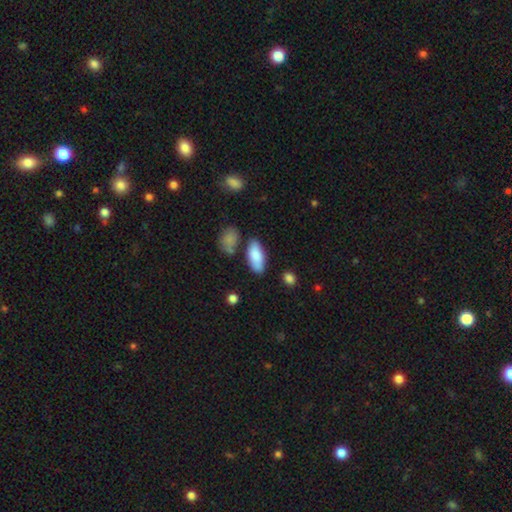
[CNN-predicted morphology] smooth 84%, featured or disk 10%, star or artifact 6%. Down the decision tree: how rounded — in between (85%); merging — none (73%).